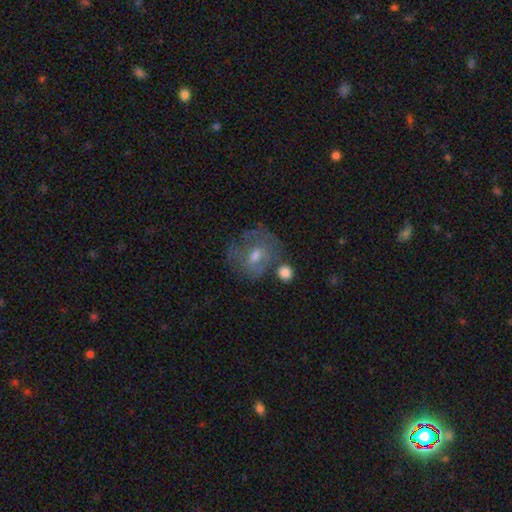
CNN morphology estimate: smooth_or_featured: featured or disk (p=0.48) [alt: smooth p=0.40]
merging: none (p=0.57) [alt: minor disturbance p=0.19]